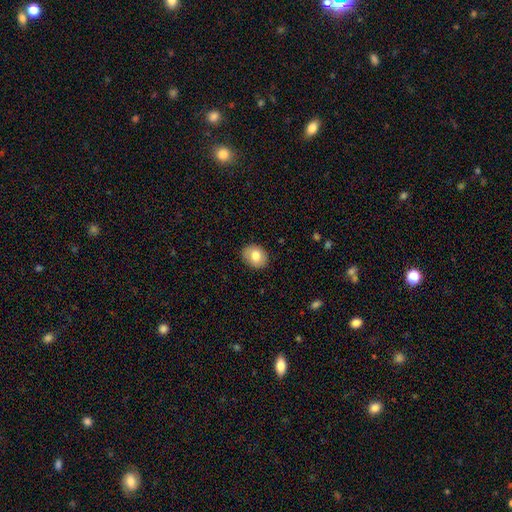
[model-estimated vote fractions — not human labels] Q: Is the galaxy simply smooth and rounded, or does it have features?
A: smooth — 77%.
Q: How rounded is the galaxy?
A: round — 51%.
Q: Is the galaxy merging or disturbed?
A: none — 87%.